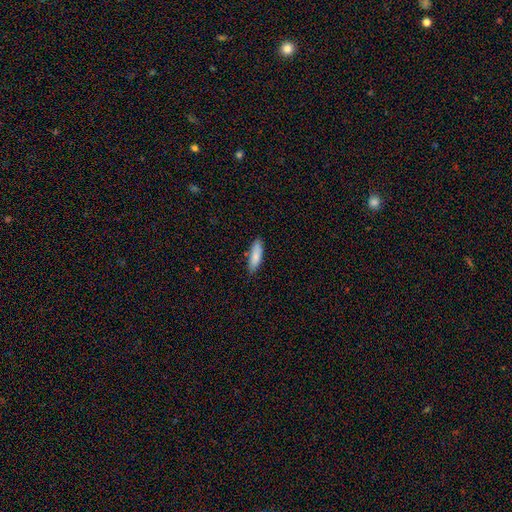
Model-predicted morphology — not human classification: A smooth galaxy with no disk features (84%) that is cigar-shaped (50%).

Vote fractions:
- Smooth or featured? smooth: 84% / featured or disk: 10% / star or artifact: 6%
- How rounded? cigar-shaped: 50% / in between: 48% / round: 2%
- Merging? none: 80% / minor disturbance: 15% / major disturbance: 2% / merger: 2%